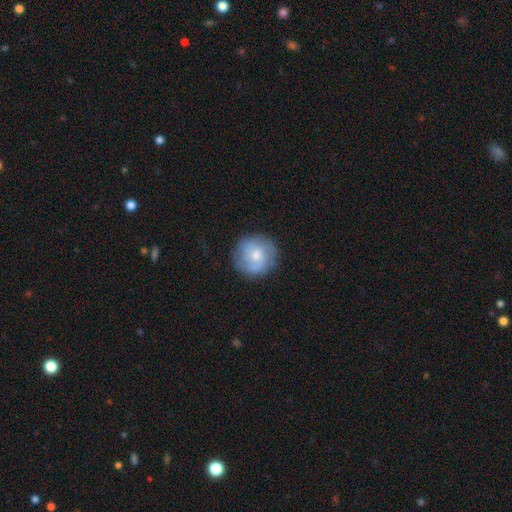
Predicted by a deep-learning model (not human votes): smooth 47% (tied), featured or disk 47% (tied), star or artifact 7%. Down the decision tree: merging — none (81%).